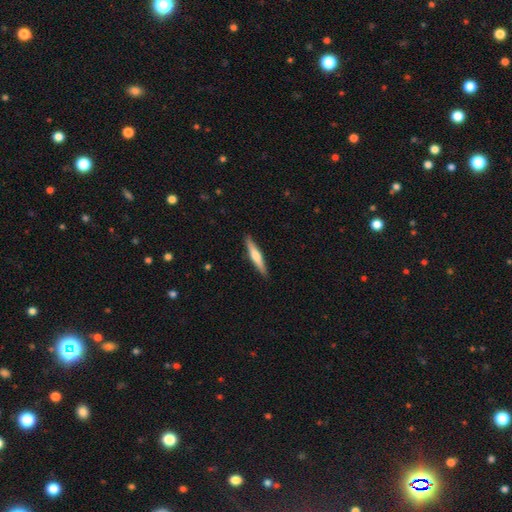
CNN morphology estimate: Q: Smooth or featured?
A: smooth (54%); runner-up: featured or disk (41%)
Q: How rounded?
A: cigar-shaped (91%); runner-up: in between (7%)
Q: Merging?
A: none (90%); runner-up: minor disturbance (7%)